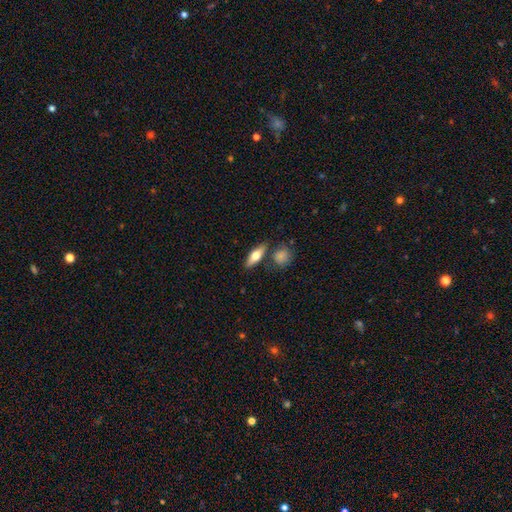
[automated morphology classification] Q: Smooth or featured?
A: smooth (64%); runner-up: featured or disk (30%)
Q: How rounded?
A: in between (56%); runner-up: cigar-shaped (40%)
Q: Merging?
A: none (76%); runner-up: minor disturbance (11%)